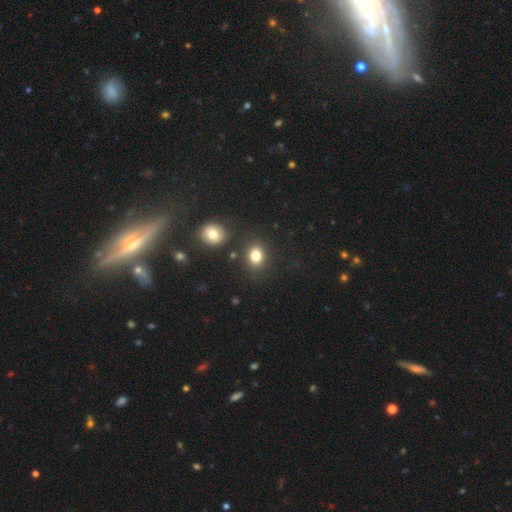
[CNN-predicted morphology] This is clearly a smooth galaxy (81%). How rounded: possibly round (54%). Merging: clearly none (80%).